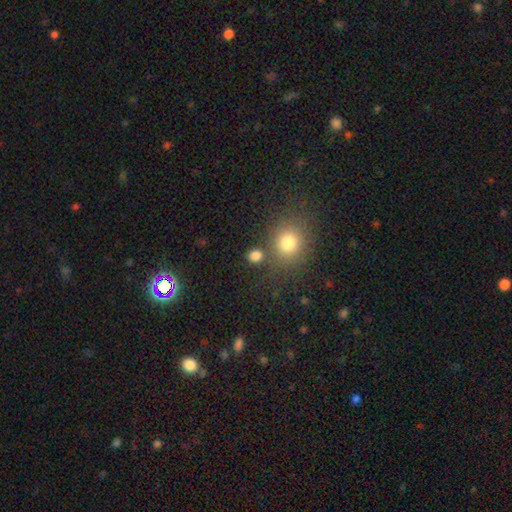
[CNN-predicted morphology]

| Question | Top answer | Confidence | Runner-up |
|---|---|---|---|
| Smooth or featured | smooth | 81% | star or artifact (14%) |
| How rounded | round | 79% | in between (19%) |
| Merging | none | 77% | merger (11%) |